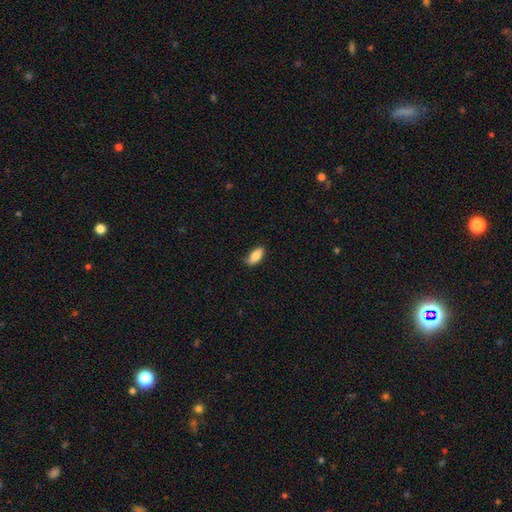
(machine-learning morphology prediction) Overall: smooth (83%). How rounded: in between (84%). Merging: none (77%).